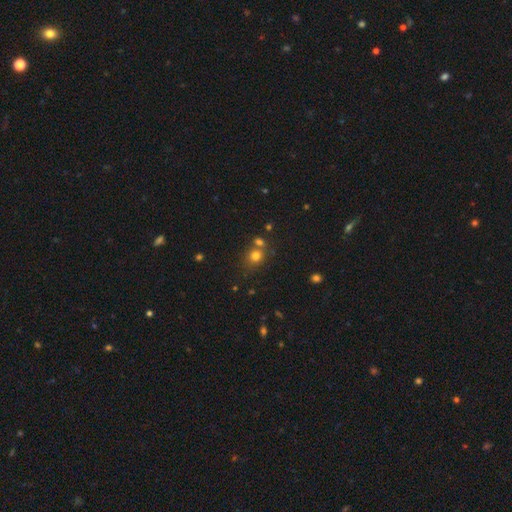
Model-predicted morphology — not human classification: A smooth galaxy with no disk features (75%) that is round (76%). Merging: none (60%).